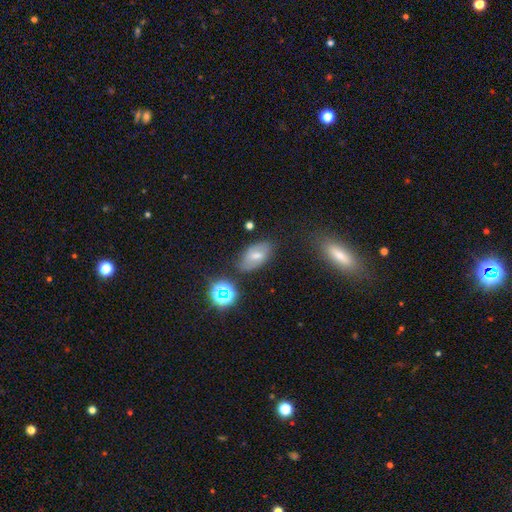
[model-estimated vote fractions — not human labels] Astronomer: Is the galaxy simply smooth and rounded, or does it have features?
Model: smooth — 55% (runner-up: featured or disk, 31%).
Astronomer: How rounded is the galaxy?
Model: in between — 90%.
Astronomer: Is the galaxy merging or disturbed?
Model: none — 73%.